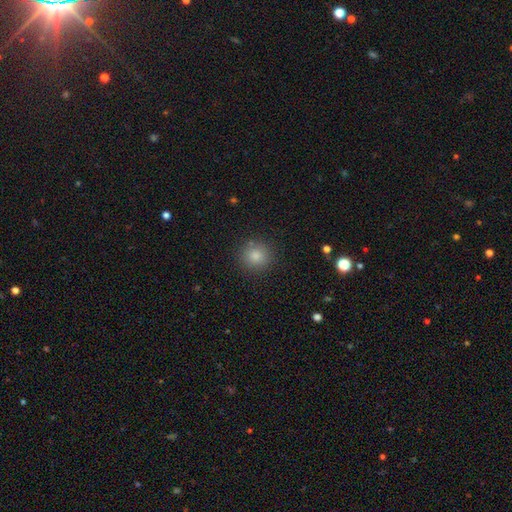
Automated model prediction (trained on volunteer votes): A smooth galaxy with no disk features (83%) that is round (92%).

Vote fractions:
- Smooth or featured? smooth: 83% / star or artifact: 11% / featured or disk: 6%
- How rounded? round: 92% / in between: 7% / cigar-shaped: 1%
- Merging? none: 88% / minor disturbance: 8% / major disturbance: 3% / merger: 2%